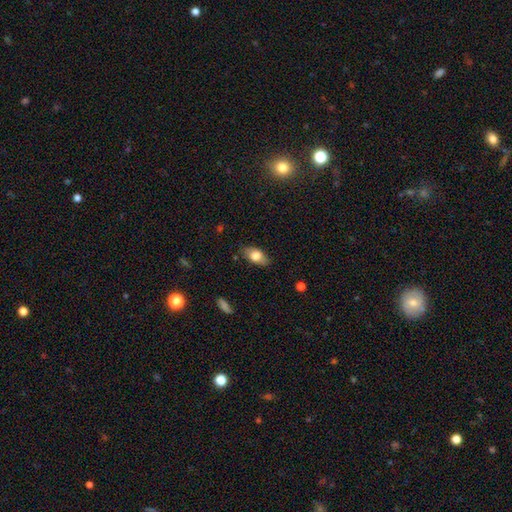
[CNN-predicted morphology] Smooth or featured? Predicted: smooth (p=0.76). How rounded? Predicted: in between (p=0.89). Merging? Predicted: none (p=0.82).